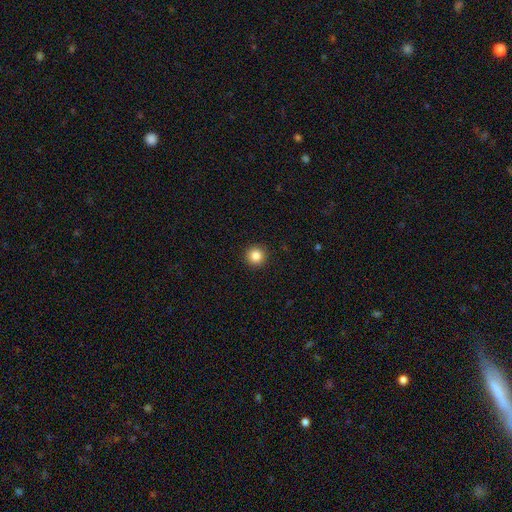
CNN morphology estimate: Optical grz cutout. It shows a smooth galaxy with no disk features (86%) that is round (96%). Merging: none (93%).